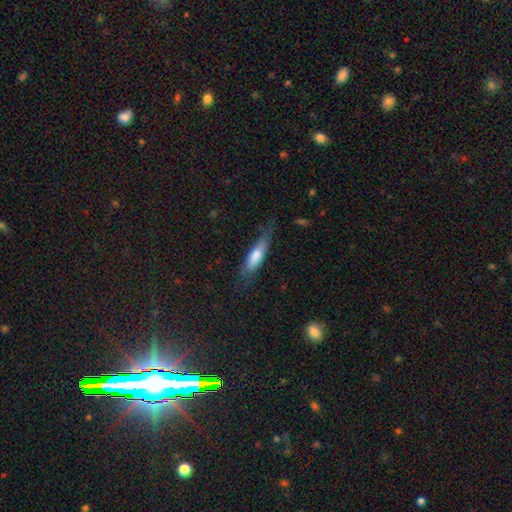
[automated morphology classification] Q: Smooth or featured?
A: smooth (68%); runner-up: featured or disk (26%)
Q: How rounded?
A: cigar-shaped (64%); runner-up: in between (34%)
Q: Merging?
A: none (60%); runner-up: minor disturbance (27%)